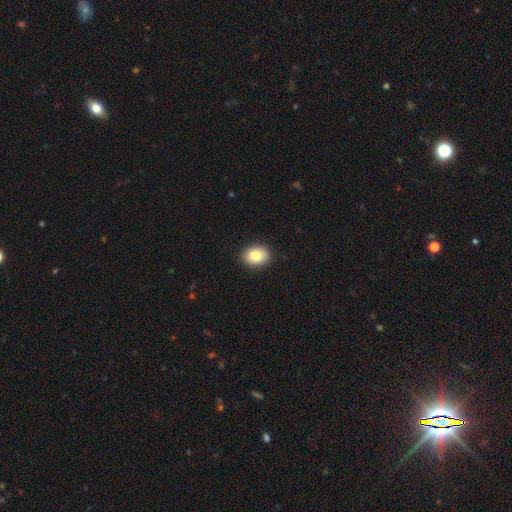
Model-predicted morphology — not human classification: A smooth galaxy with no disk features (82%) that is in between round and cigar-shaped (62%). Merging: none (88%).